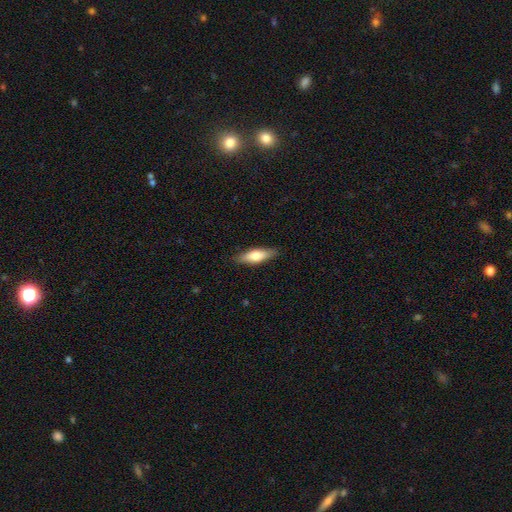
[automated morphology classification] type=smooth (68%); roundness=in between (52%); merging=none (87%).